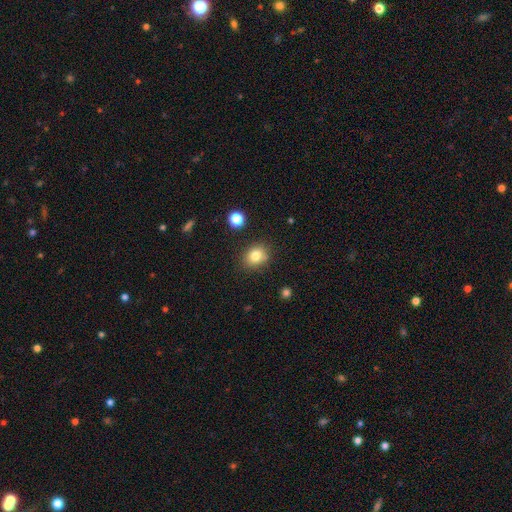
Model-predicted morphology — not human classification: Smooth or featured?
  - smooth: 81% *
  - star or artifact: 11%
  - featured or disk: 8%
How rounded?
  - round: 60% *
  - in between: 39%
  - cigar-shaped: 1%
Merging?
  - none: 81% *
  - minor disturbance: 12%
  - merger: 4%
  - major disturbance: 3%